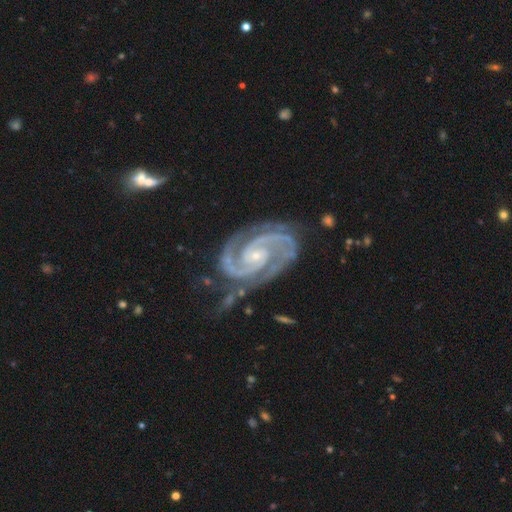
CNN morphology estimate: A featured or disk galaxy (94%) with no bar (53%), 2 (87%) tight (62%) spiral arms (99%) and a small central bulge (77%). Merging: none (72%).